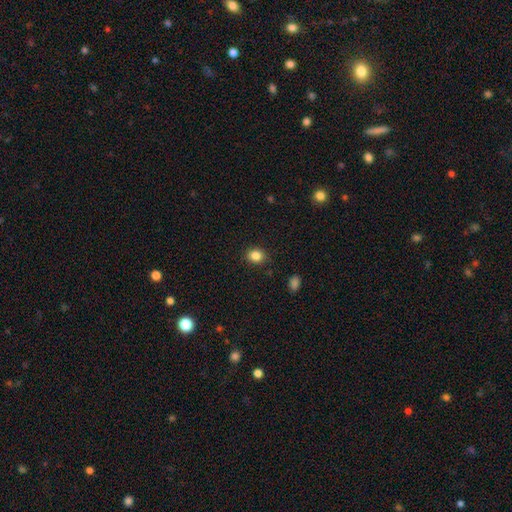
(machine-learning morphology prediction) This appears to be a smooth galaxy with no disk features (85%) that is round (65%). Merging: none (88%).